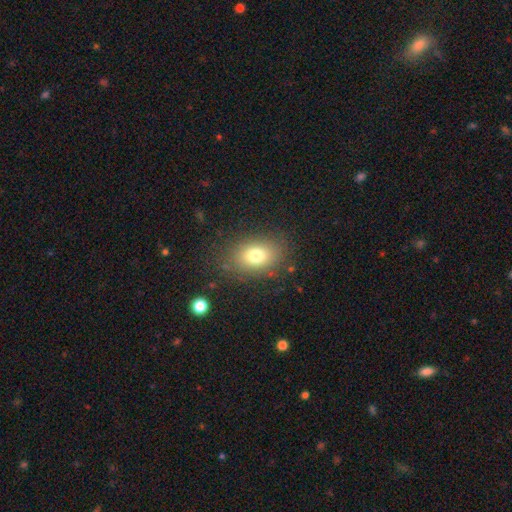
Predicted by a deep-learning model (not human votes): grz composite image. It shows a smooth galaxy with no disk features (76%) that is in between round and cigar-shaped (73%). Merging: none (81%).